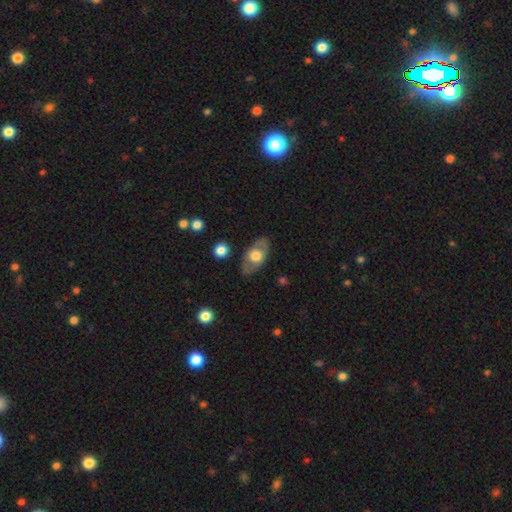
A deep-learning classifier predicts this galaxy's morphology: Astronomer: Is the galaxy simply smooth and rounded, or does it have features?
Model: smooth — 53% (runner-up: featured or disk, 41%).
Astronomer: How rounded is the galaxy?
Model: in between — 84%.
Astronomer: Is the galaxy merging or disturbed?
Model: none — 80%.